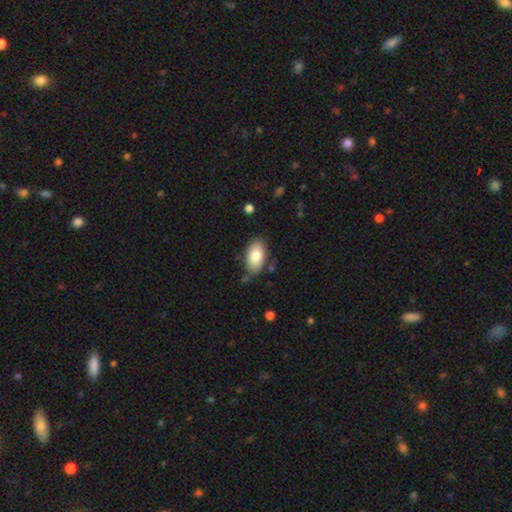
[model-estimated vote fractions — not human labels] Q: Smooth or featured?
A: smooth (81%); runner-up: featured or disk (13%)
Q: How rounded?
A: in between (94%); runner-up: round (5%)
Q: Merging?
A: none (80%); runner-up: minor disturbance (14%)